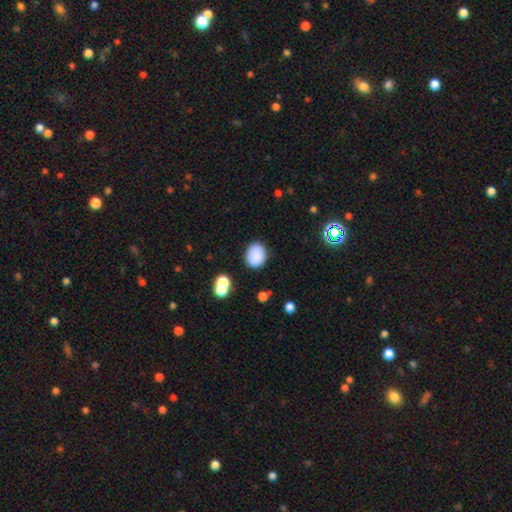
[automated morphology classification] smooth 85%, star or artifact 10%, featured or disk 6%. Down the decision tree: how rounded — round (50%); merging — none (80%).